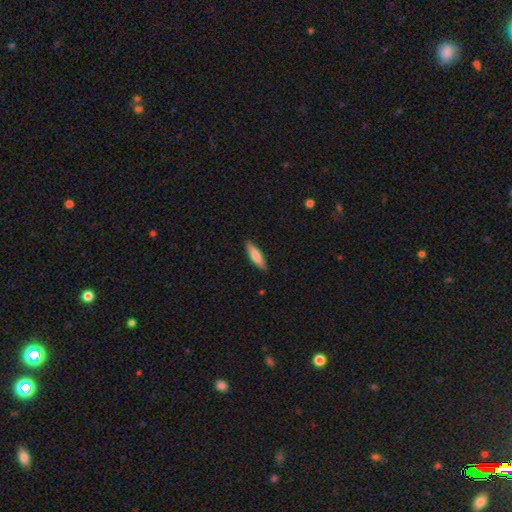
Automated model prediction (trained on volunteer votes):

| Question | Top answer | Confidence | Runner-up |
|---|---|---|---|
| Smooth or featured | smooth | 73% | featured or disk (22%) |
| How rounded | cigar-shaped | 70% | in between (28%) |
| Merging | none | 87% | minor disturbance (10%) |